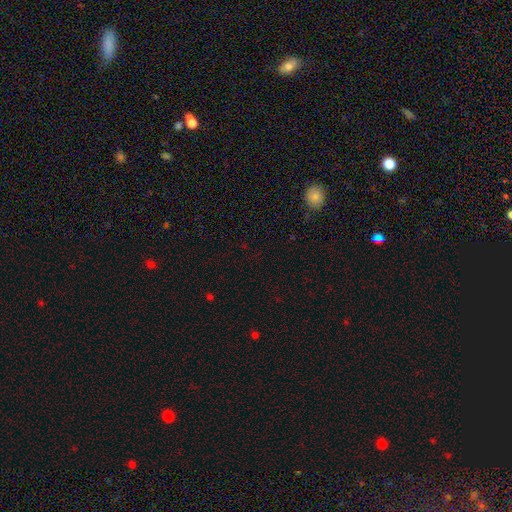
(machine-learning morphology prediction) Smooth or featured? Predicted: star or artifact (p=0.68).